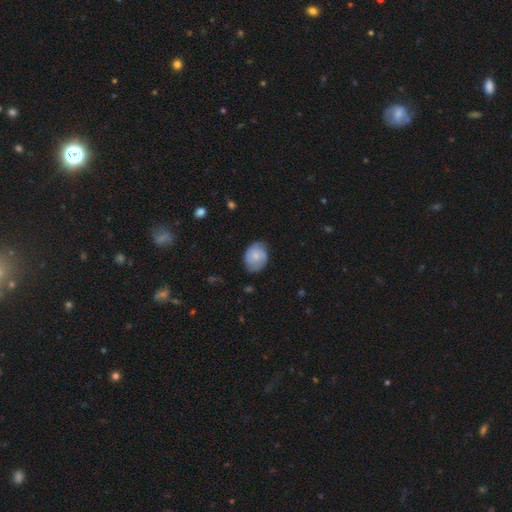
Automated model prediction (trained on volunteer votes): Smooth or featured: smooth — 51% (featured or disk — 42%)
How rounded: in between — 57% (round — 42%)
Merging: none — 66% (minor disturbance — 27%)